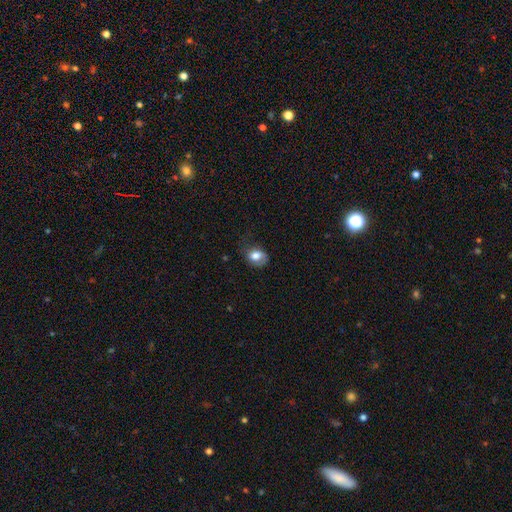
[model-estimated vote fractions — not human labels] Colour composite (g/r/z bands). It shows a smooth galaxy with no disk features (74%) that is in between round and cigar-shaped (56%). Merging: none (47%).